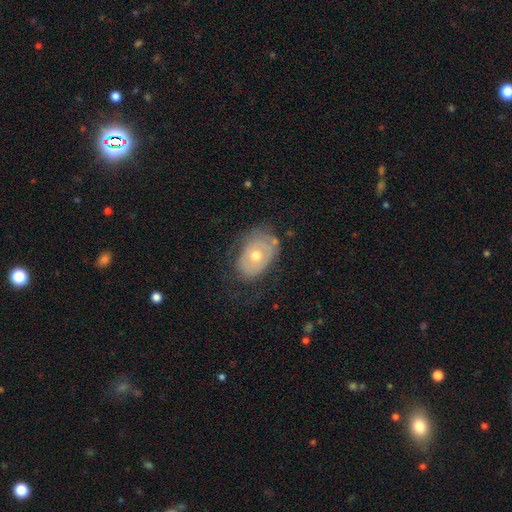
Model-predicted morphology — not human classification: type=featured or disk (52%); edge-on=no (92%); merging=none (60%).